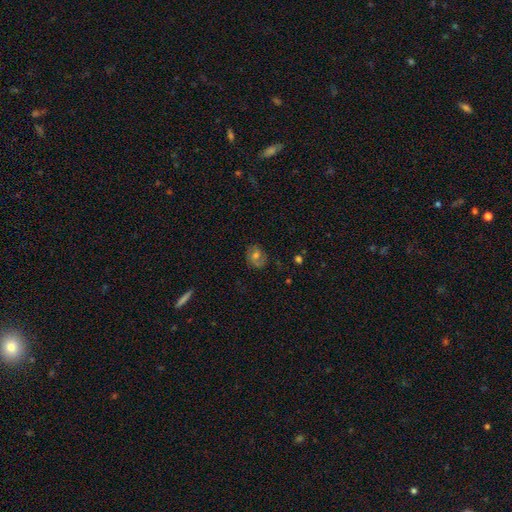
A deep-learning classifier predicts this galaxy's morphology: Smooth or featured? Predicted: featured or disk (p=0.47). Merging? Predicted: none (p=0.73).